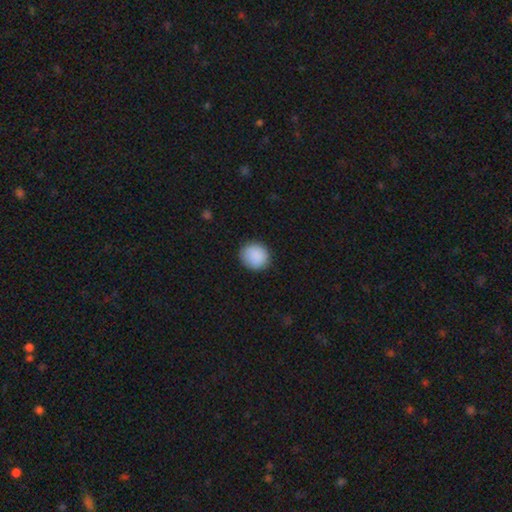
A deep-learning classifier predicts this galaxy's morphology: Smooth or featured? smooth (90%)
How rounded? round (84%)
Merging? none (88%)